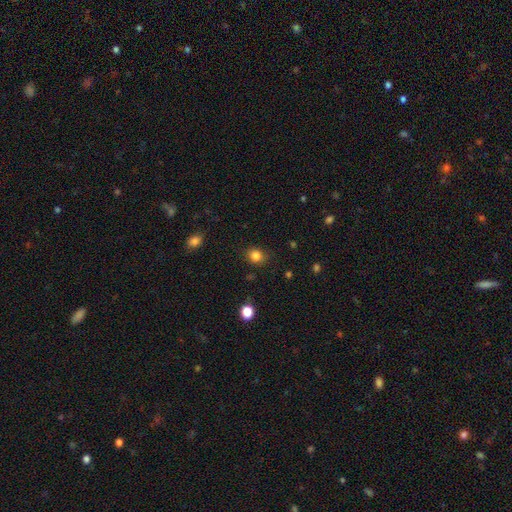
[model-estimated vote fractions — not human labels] A smooth galaxy with no disk features (83%) that is round (75%). Merging: none (84%).